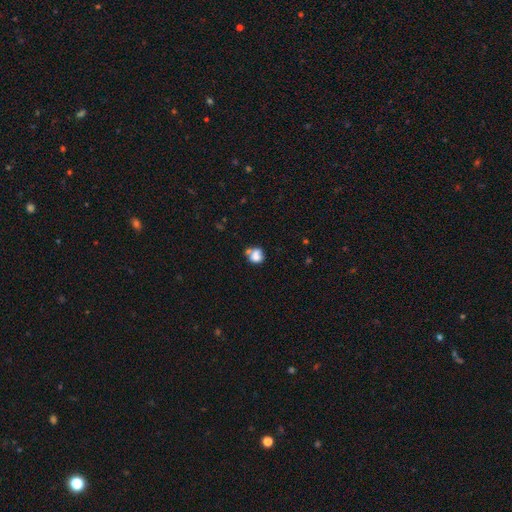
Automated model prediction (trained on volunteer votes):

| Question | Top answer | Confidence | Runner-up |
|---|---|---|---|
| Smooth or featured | smooth | 71% | featured or disk (17%) |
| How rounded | round | 66% | in between (32%) |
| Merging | none | 38% | merger (35%) |